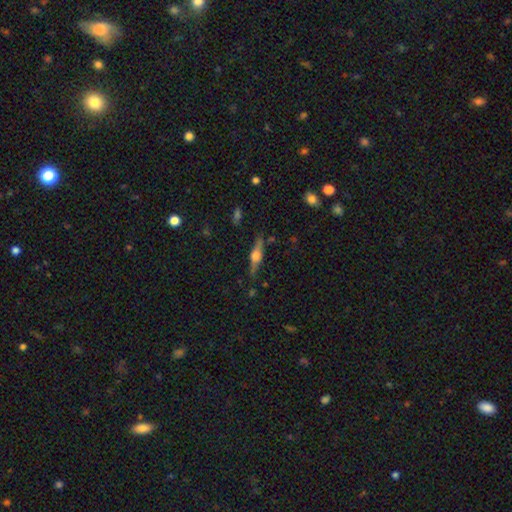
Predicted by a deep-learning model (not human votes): Overall: featured or disk (67%). Edge-on disk: yes (96%). Edge-on bulge: rounded (89%). Merging: none (84%).